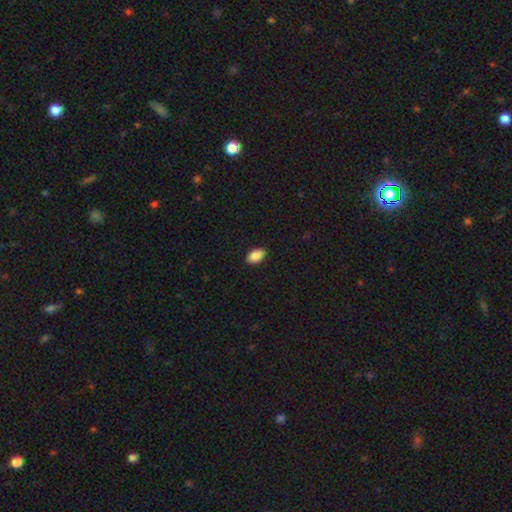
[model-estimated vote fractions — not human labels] smooth_or_featured: smooth (p=0.88) [alt: star or artifact p=0.07]
how_rounded: in between (p=0.88) [alt: round p=0.10]
merging: none (p=0.89) [alt: minor disturbance p=0.08]